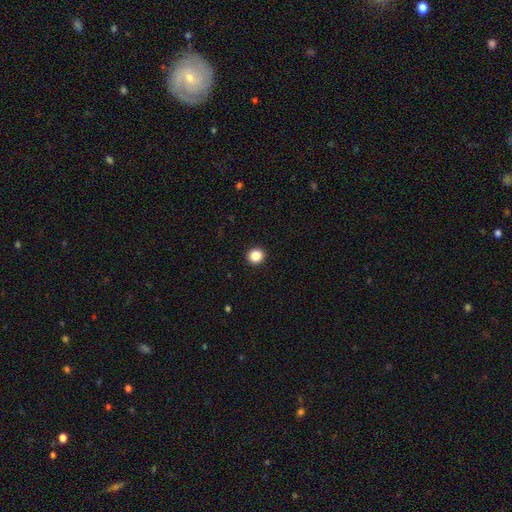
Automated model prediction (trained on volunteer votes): Q: Smooth or featured?
A: smooth (86%); runner-up: star or artifact (10%)
Q: How rounded?
A: round (93%); runner-up: in between (6%)
Q: Merging?
A: none (94%); runner-up: minor disturbance (4%)